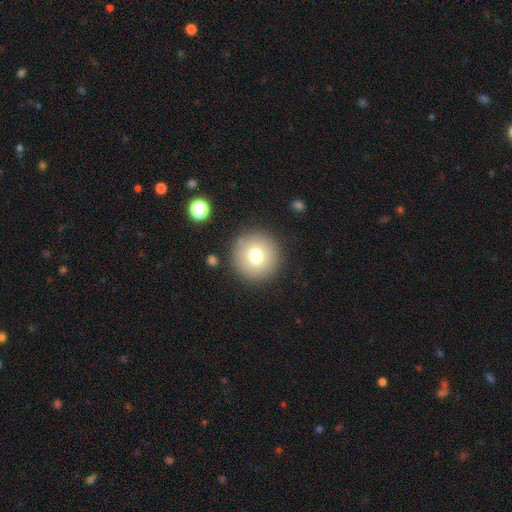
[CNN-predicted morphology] Smooth or featured?
  - smooth: 74% *
  - featured or disk: 14%
  - star or artifact: 12%
How rounded?
  - round: 96% *
  - in between: 3%
  - cigar-shaped: 1%
Merging?
  - none: 88% *
  - minor disturbance: 7%
  - major disturbance: 3%
  - merger: 2%